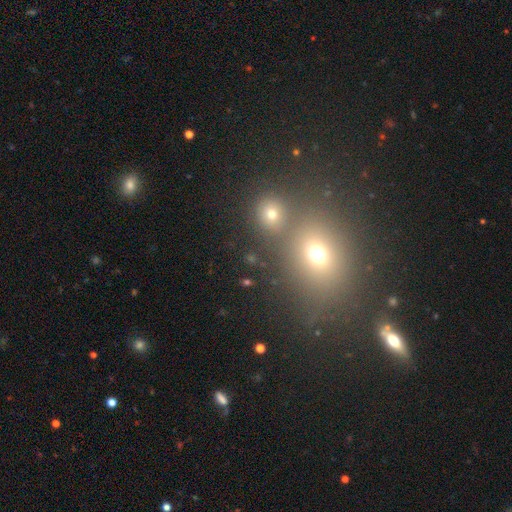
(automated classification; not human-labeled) Overall: smooth (50%; star or artifact 38%). Merging: none (63%; merger 24%).